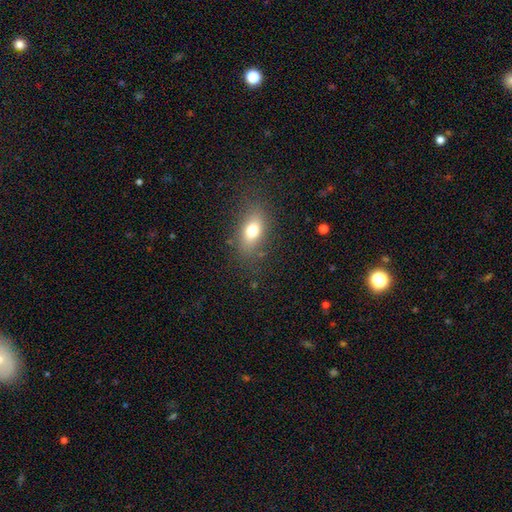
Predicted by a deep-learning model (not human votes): smooth 65%, featured or disk 19%, star or artifact 16%. Down the decision tree: how rounded — in between (76%); merging — none (83%).